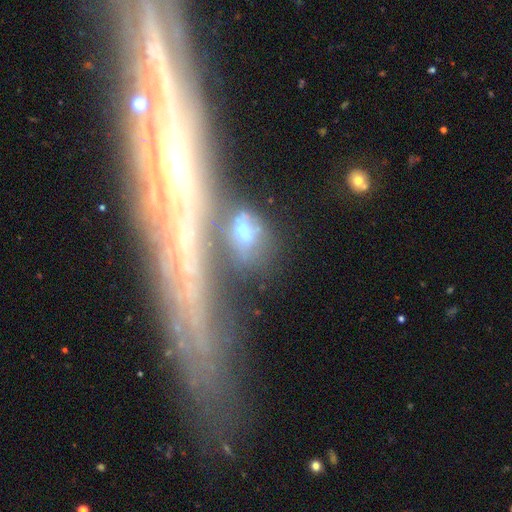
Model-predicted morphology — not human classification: Smooth or featured?
  - featured or disk: 42% *
  - smooth: 41%
  - star or artifact: 17%
Merging?
  - none: 56% *
  - minor disturbance: 17%
  - merger: 17%
  - major disturbance: 10%